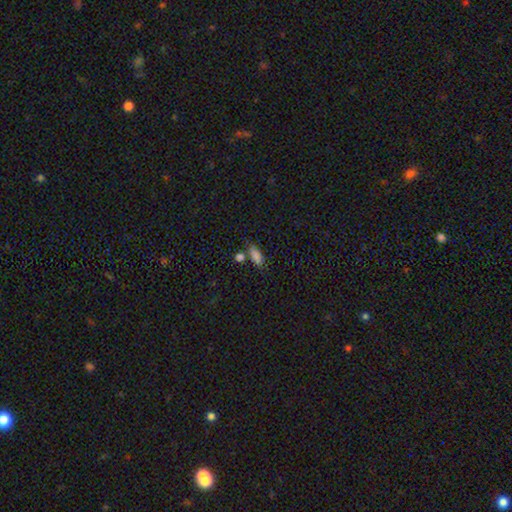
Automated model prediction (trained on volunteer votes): A smooth galaxy with no disk features (77%) that is in between round and cigar-shaped (80%).

Vote fractions:
- Smooth or featured? smooth: 77% / star or artifact: 16% / featured or disk: 8%
- How rounded? in between: 80% / cigar-shaped: 14% / round: 6%
- Merging? none: 64% / minor disturbance: 16% / merger: 15% / major disturbance: 5%